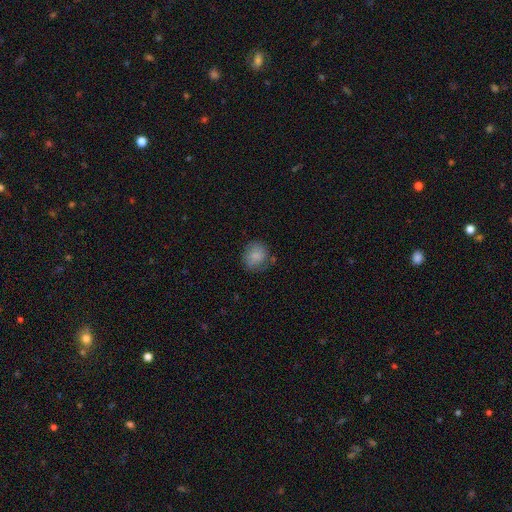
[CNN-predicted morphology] Q: Smooth or featured?
A: smooth (79%); runner-up: featured or disk (13%)
Q: How rounded?
A: round (76%); runner-up: in between (23%)
Q: Merging?
A: none (67%); runner-up: minor disturbance (23%)